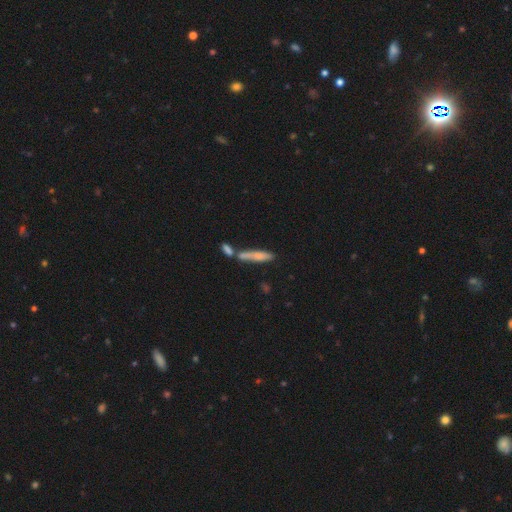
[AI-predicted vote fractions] The model was most divided on "merging": none: 48%, merger: 33%, minor disturbance: 14%, major disturbance: 6%. More confident: how rounded — cigar-shaped (84%); smooth or featured — smooth (66%).